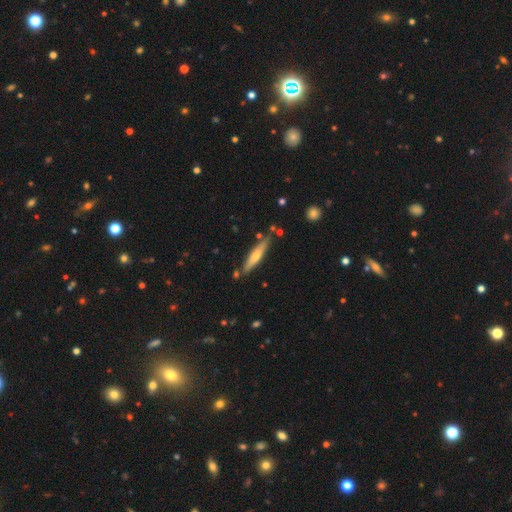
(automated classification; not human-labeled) Q: Smooth or featured?
A: featured or disk (51%); runner-up: smooth (42%)
Q: Edge-on disk?
A: yes (91%); runner-up: no (9%)
Q: Merging?
A: none (82%); runner-up: minor disturbance (12%)